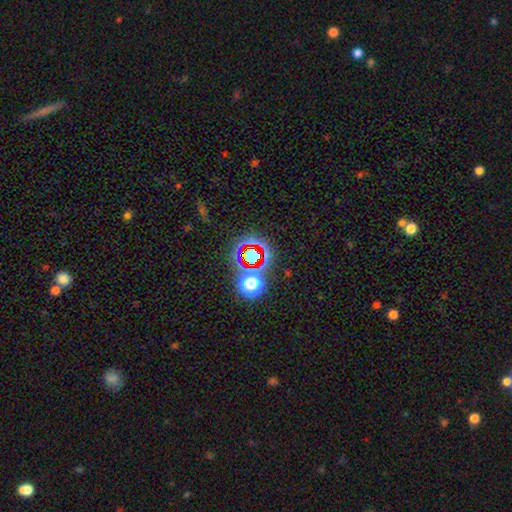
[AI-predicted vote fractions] smooth-or-featured: star or artifact: 70% | smooth: 21% | featured or disk: 10%